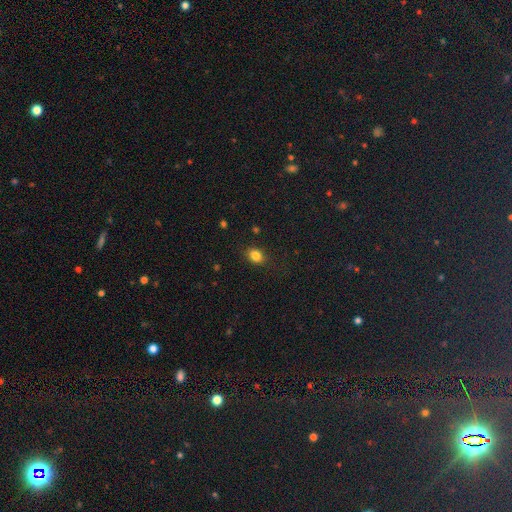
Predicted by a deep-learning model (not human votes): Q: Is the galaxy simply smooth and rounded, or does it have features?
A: smooth — 83%.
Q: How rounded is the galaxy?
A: in between — 53%.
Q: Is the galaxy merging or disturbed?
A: none — 85%.